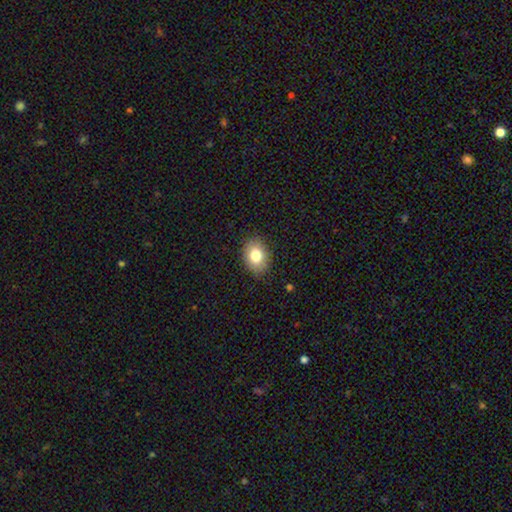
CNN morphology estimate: type=smooth (79%); roundness=in between (72%); merging=none (86%).